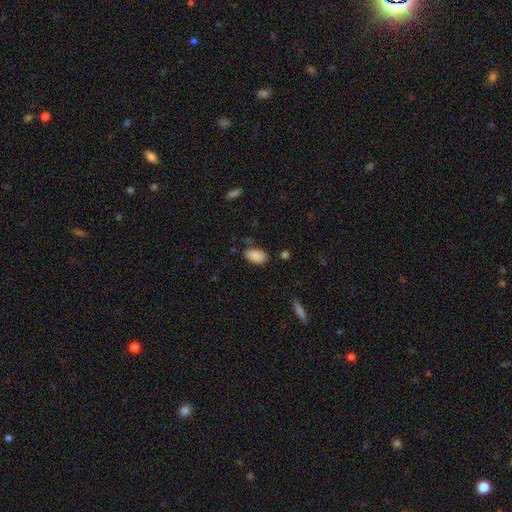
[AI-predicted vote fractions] This appears to be a smooth galaxy with no disk features (89%) that is in between round and cigar-shaped (94%). Merging: none (79%).